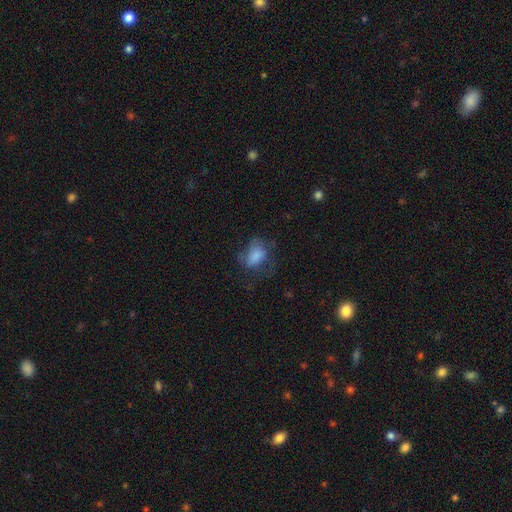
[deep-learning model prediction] Overall: smooth (69%). How rounded: in between (78%). Merging: none (39%; major disturbance 33%).